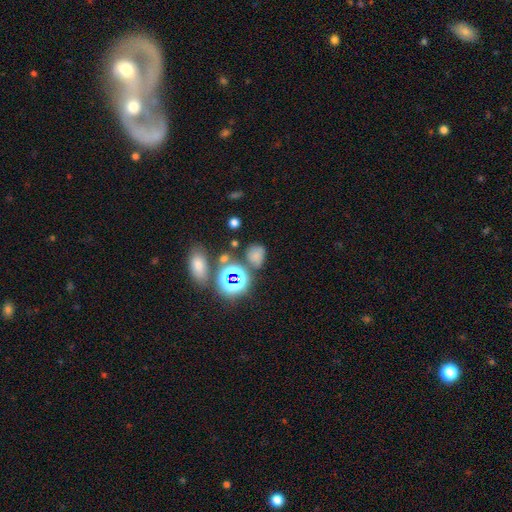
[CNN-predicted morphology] type=smooth (62%); roundness=round (53%); merging=none (63%).